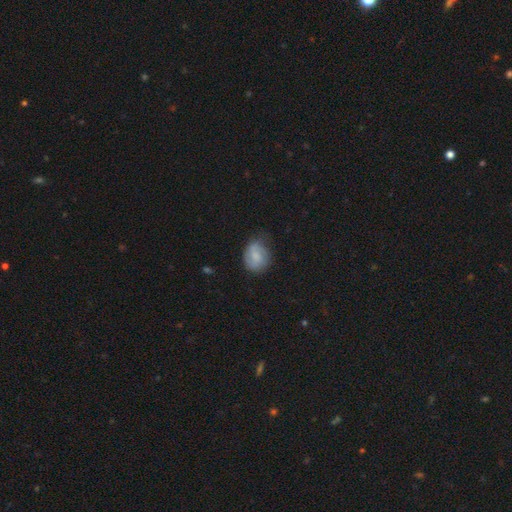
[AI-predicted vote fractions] Smooth or featured?
  - smooth: 65% *
  - featured or disk: 28%
  - star or artifact: 8%
How rounded?
  - round: 54% *
  - in between: 45%
  - cigar-shaped: 1%
Merging?
  - none: 60% *
  - minor disturbance: 30%
  - major disturbance: 9%
  - merger: 2%